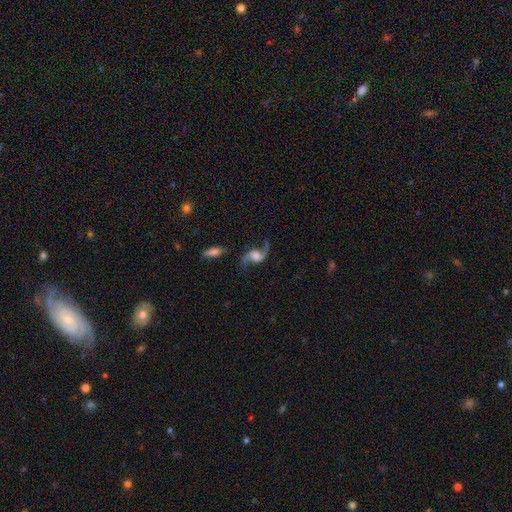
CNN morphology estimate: type=featured or disk (89%); edge-on=no (96%); bar=no (55%); spiral arms=yes (97%); winding=loose (83%); arm count=2 (94%); bulge=large (37%); merging=none (76%).